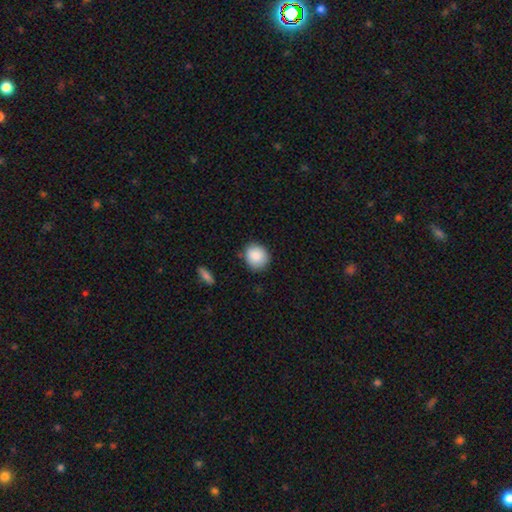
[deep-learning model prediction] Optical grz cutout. It shows a smooth galaxy with no disk features (88%) that is round (77%). Merging: none (84%).